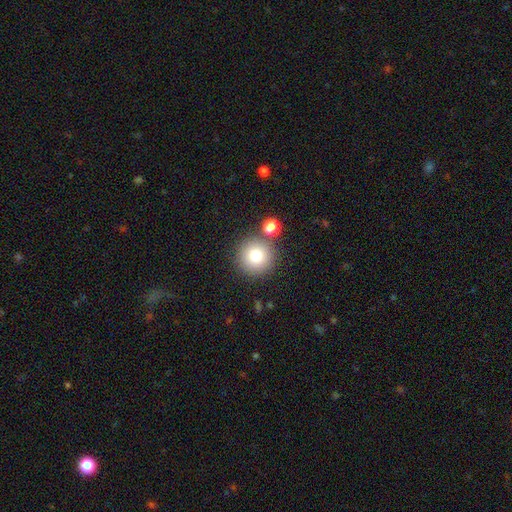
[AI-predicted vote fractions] smooth_or_featured: smooth (p=0.80) [alt: star or artifact p=0.11]
how_rounded: round (p=0.95) [alt: in between p=0.04]
merging: none (p=0.80) [alt: merger p=0.10]